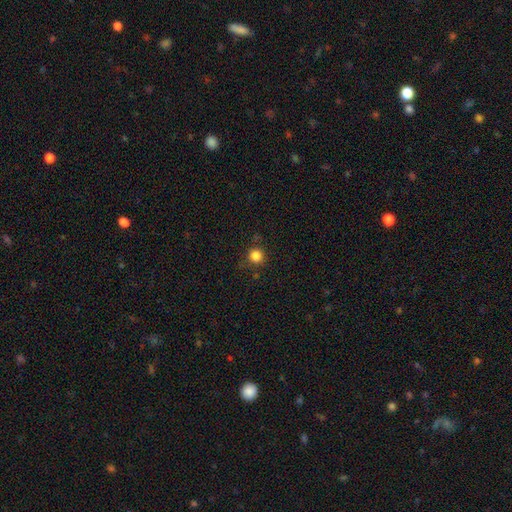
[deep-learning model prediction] smooth 83%, star or artifact 13%, featured or disk 4%. Down the decision tree: how rounded — round (94%); merging — none (85%).